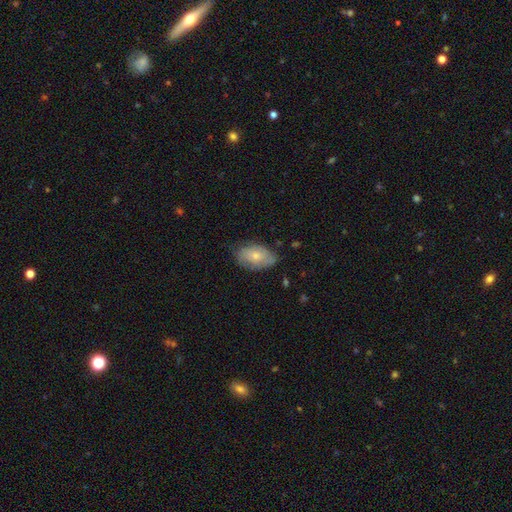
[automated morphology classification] Smooth or featured: smooth — 66% (featured or disk — 27%)
How rounded: in between — 89% (round — 9%)
Merging: none — 65% (minor disturbance — 28%)